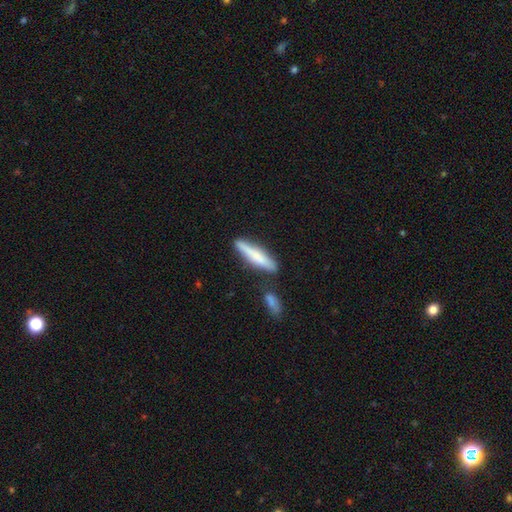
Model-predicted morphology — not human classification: Overall: smooth (66%; featured or disk 29%). How rounded: cigar-shaped (88%). Merging: none (71%).